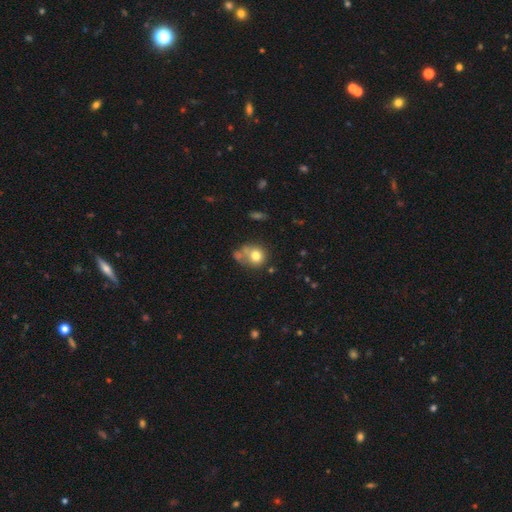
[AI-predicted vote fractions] Overall: smooth (75%). How rounded: round (78%). Merging: none (44%; merger 27%).